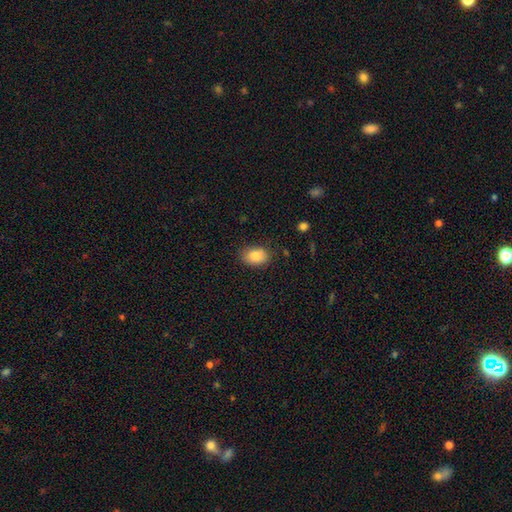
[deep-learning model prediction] smooth_or_featured: smooth (p=0.85) [alt: star or artifact p=0.08]
how_rounded: in between (p=0.80) [alt: round p=0.19]
merging: none (p=0.81) [alt: minor disturbance p=0.14]